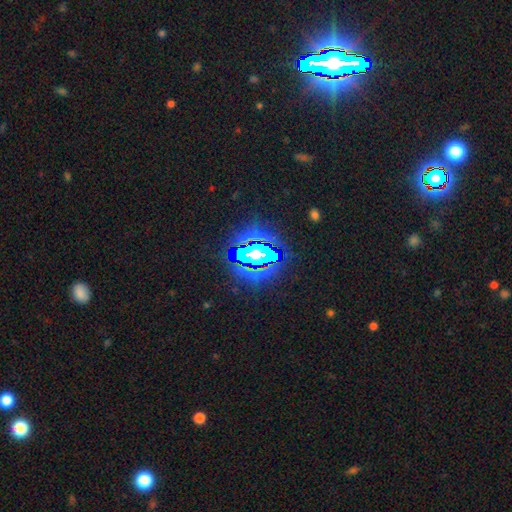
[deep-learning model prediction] A star or artifact, not a galaxy (59%).

Vote fractions:
- Smooth or featured? star or artifact: 59% / smooth: 24% / featured or disk: 17%